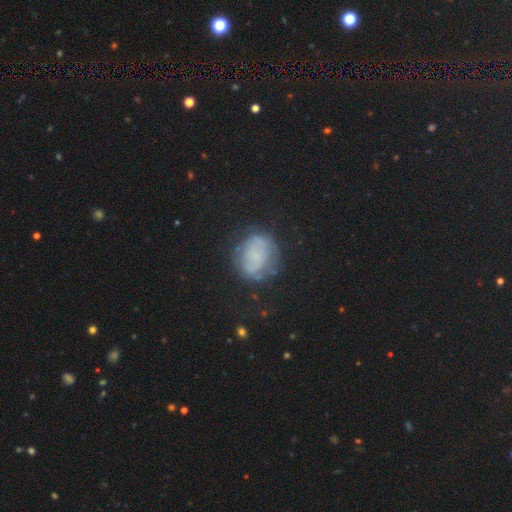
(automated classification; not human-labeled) Overall: smooth (49%; featured or disk 36%). Merging: none (67%).